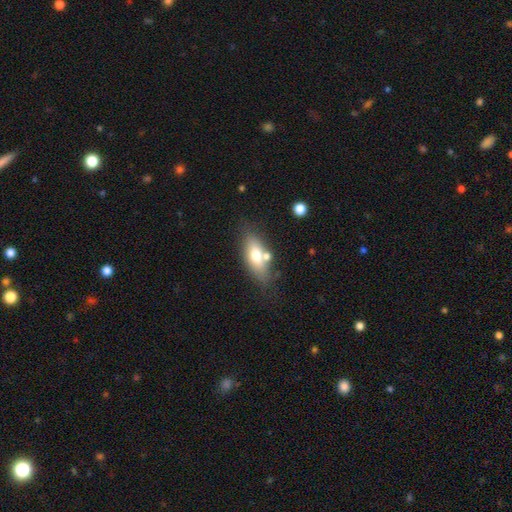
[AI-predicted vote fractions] Q: Smooth or featured?
A: smooth (65%); runner-up: featured or disk (27%)
Q: How rounded?
A: in between (76%); runner-up: cigar-shaped (19%)
Q: Merging?
A: none (64%); runner-up: minor disturbance (16%)